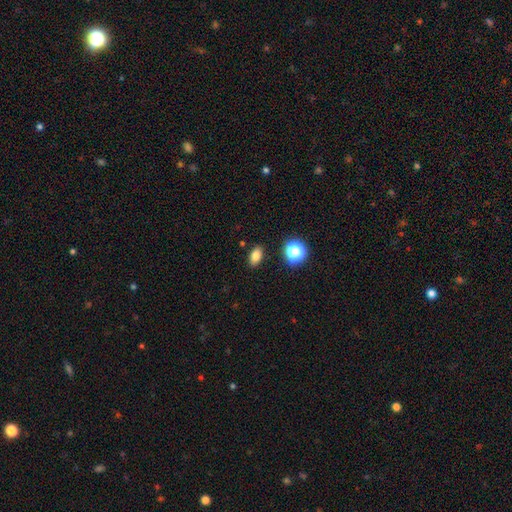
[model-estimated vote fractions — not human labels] smooth-or-featured: smooth: 79% | star or artifact: 13% | featured or disk: 9%
  how-rounded: in between: 85% | round: 11% | cigar-shaped: 3%
  merging: none: 87% | minor disturbance: 8% | major disturbance: 2% | merger: 2%